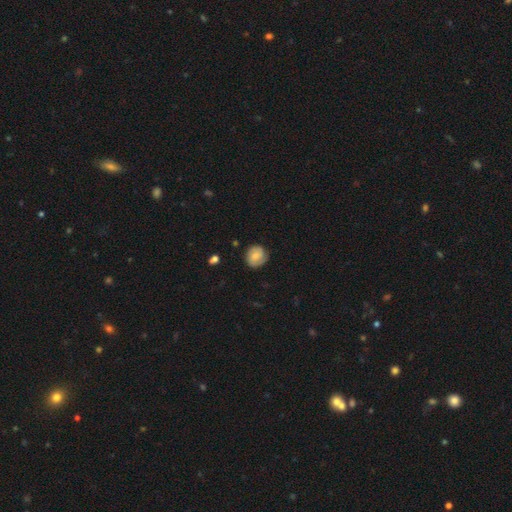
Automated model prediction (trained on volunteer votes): This is possibly a smooth galaxy (56%). How rounded: clearly round (82%). Merging: likely none (77%).